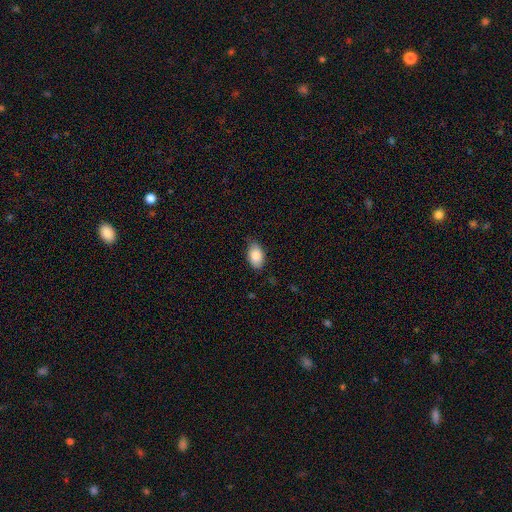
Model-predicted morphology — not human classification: The model was most divided on "merging": none: 73%, minor disturbance: 22%, major disturbance: 3%, merger: 1%. More confident: how rounded — in between (92%); smooth or featured — smooth (87%).